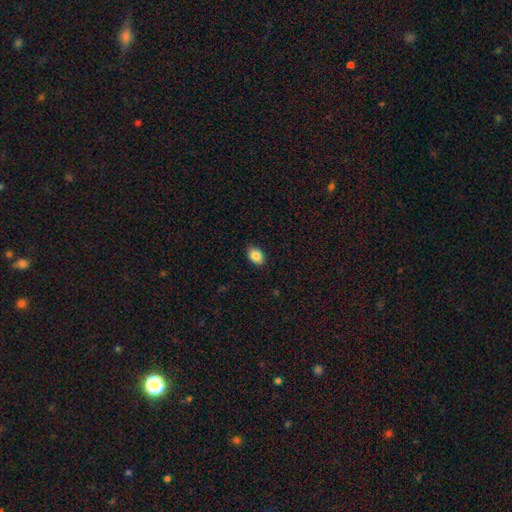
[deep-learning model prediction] Smooth or featured? Predicted: smooth (p=0.87). How rounded? Predicted: in between (p=0.84). Merging? Predicted: none (p=0.88).